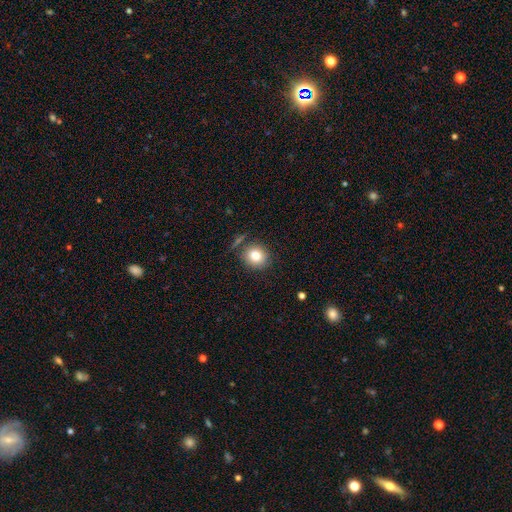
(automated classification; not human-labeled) smooth_or_featured: smooth (p=0.81) [alt: star or artifact p=0.10]
how_rounded: round (p=0.81) [alt: in between p=0.18]
merging: none (p=0.79) [alt: minor disturbance p=0.12]